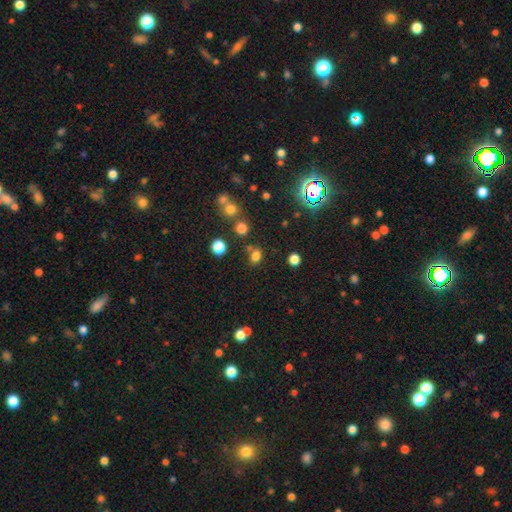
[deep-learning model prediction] Smooth or featured?
  - smooth: 75% *
  - star or artifact: 19%
  - featured or disk: 6%
How rounded?
  - in between: 50% *
  - round: 49%
  - cigar-shaped: 1%
Merging?
  - none: 70% *
  - merger: 13%
  - minor disturbance: 12%
  - major disturbance: 4%